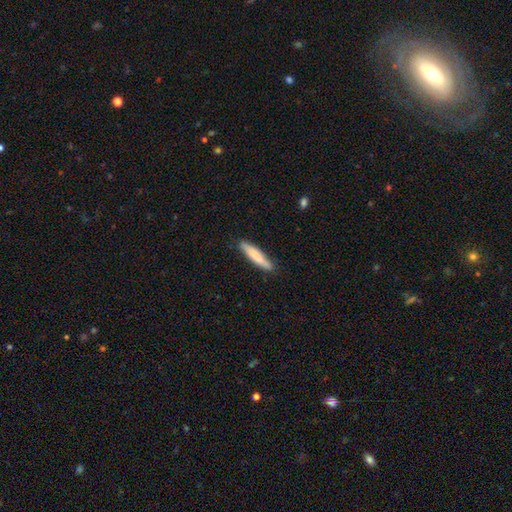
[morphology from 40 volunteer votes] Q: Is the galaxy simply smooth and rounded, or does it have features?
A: smooth — 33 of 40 (82%).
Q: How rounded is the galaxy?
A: cigar-shaped — 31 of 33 (94%).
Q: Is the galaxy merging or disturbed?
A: none — 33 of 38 (87%).